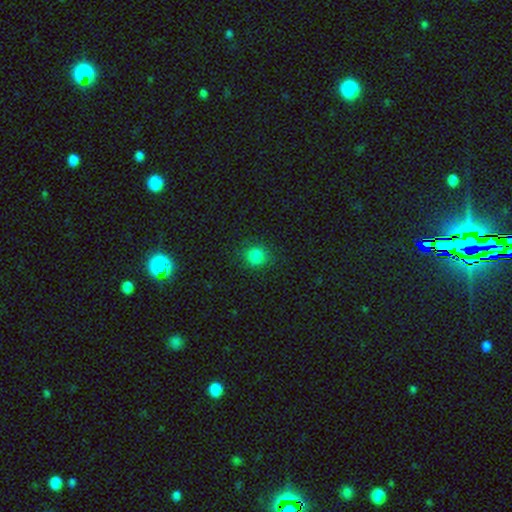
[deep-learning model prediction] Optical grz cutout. It shows a smooth galaxy with no disk features (83%) that is round (88%). Merging: none (87%).